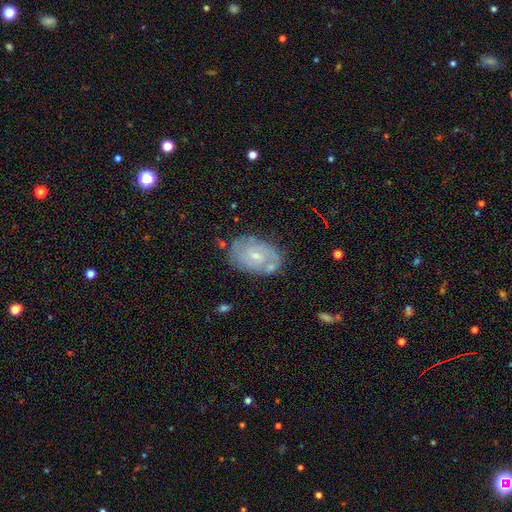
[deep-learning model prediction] A featured or disk galaxy (64%) with no bar (56%), spiral arms (78%) and a small central bulge (69%). Merging: none (69%).